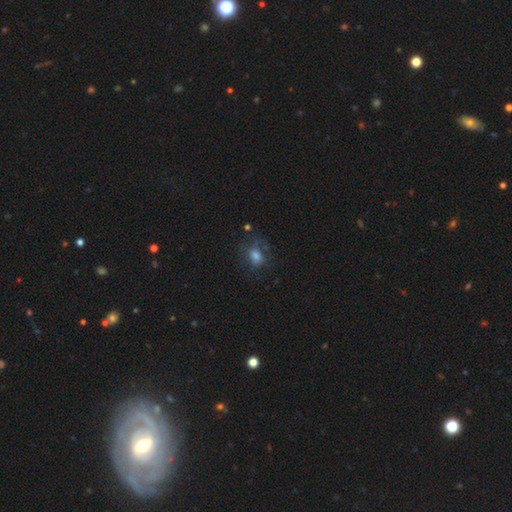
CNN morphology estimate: Overall: smooth (61%; featured or disk 23%). How rounded: in between (55%; round 43%). Merging: none (54%; minor disturbance 22%).